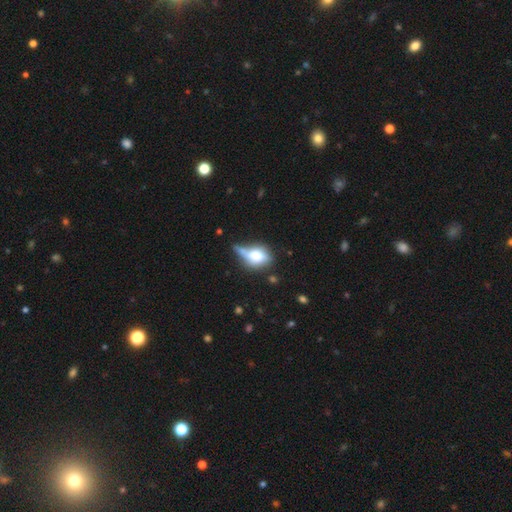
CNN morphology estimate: A smooth galaxy with no disk features (62%) that is in between round and cigar-shaped (68%).

Vote fractions:
- Smooth or featured? smooth: 62% / featured or disk: 28% / star or artifact: 10%
- How rounded? in between: 68% / round: 26% / cigar-shaped: 6%
- Merging? none: 33% / minor disturbance: 28% / merger: 20% / major disturbance: 19%